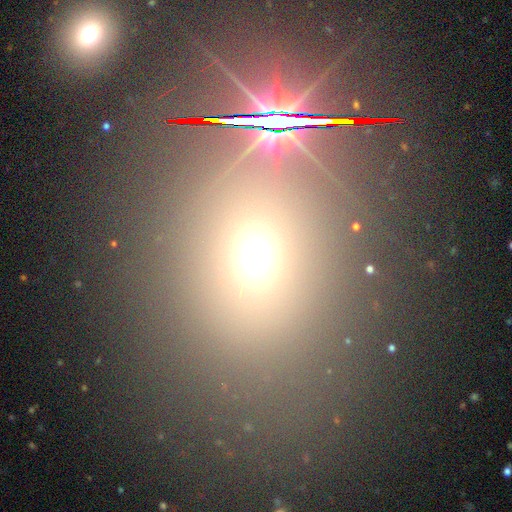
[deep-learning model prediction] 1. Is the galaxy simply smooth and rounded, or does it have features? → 57% smooth, 32% star or artifact, 11% featured or disk.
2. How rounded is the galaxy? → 56% round, 42% in between, 2% cigar-shaped.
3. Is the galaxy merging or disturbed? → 79% none, 10% minor disturbance, 6% major disturbance, 5% merger.